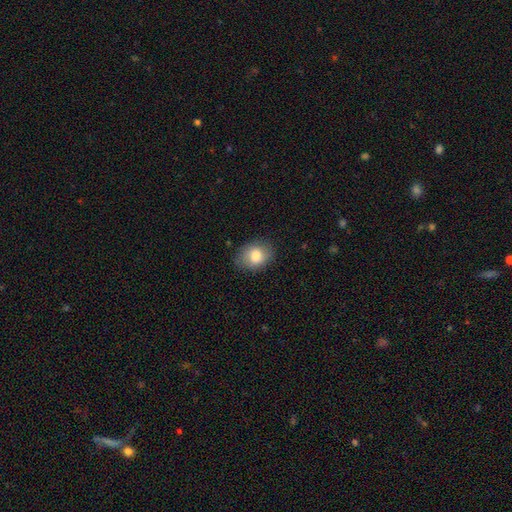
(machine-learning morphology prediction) Smooth or featured: smooth — 82% (featured or disk — 10%)
How rounded: in between — 63% (round — 36%)
Merging: none — 82% (minor disturbance — 14%)